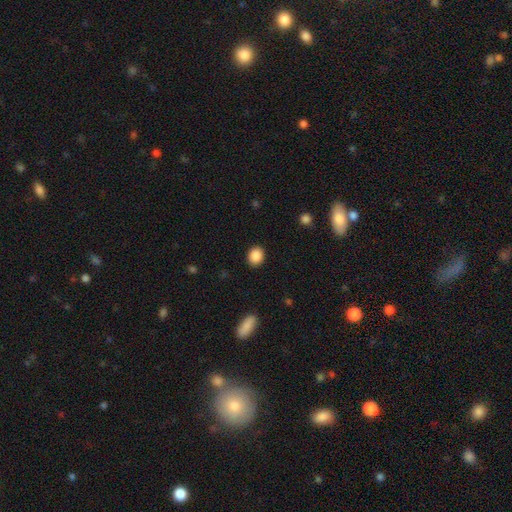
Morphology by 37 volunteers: smooth-or-featured: smooth: 92% | star or artifact: 5% | featured or disk: 3%
  how-rounded: round: 76% | in between: 24% | cigar-shaped: 0%
  merging: none: 89% | minor disturbance: 9% | major disturbance: 3% | merger: 0%